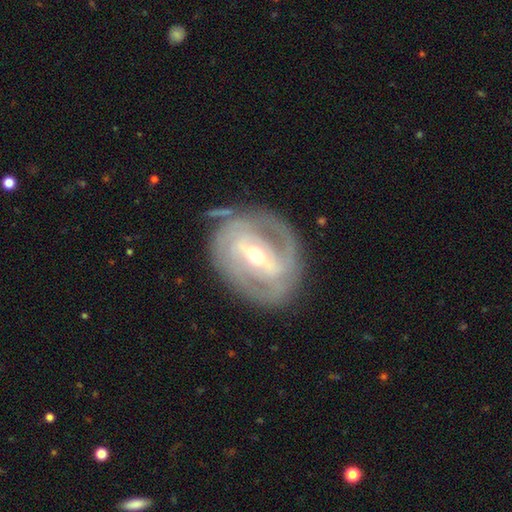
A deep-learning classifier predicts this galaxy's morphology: featured or disk 84%, smooth 10%, star or artifact 6%. Down the decision tree: edge-on disk — no (95%); bar — strong (50%); spiral arms — yes (88%); spiral arm count — 2 (45%); spiral winding — tight (64%); bulge size — small (49%); merging — none (75%).